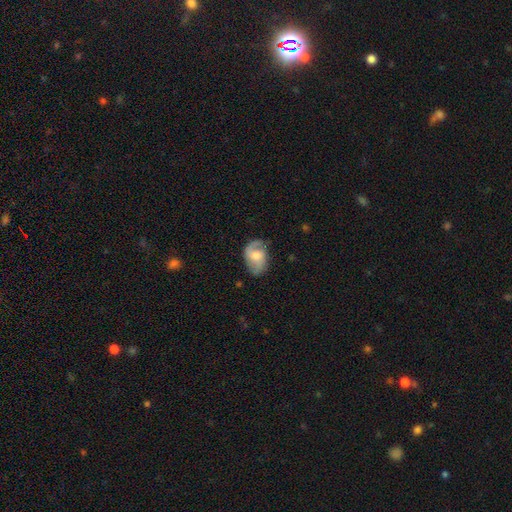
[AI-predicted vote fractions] Smooth or featured? Predicted: featured or disk (p=0.67). Edge-on disk? Predicted: no (p=0.97). Bar? Predicted: no (p=0.52). Spiral arms? Predicted: yes (p=0.89). Spiral winding? Predicted: medium (p=0.45). Spiral arm count? Predicted: 2 (p=0.72). Bulge size? Predicted: moderate (p=0.56). Merging? Predicted: none (p=0.61).